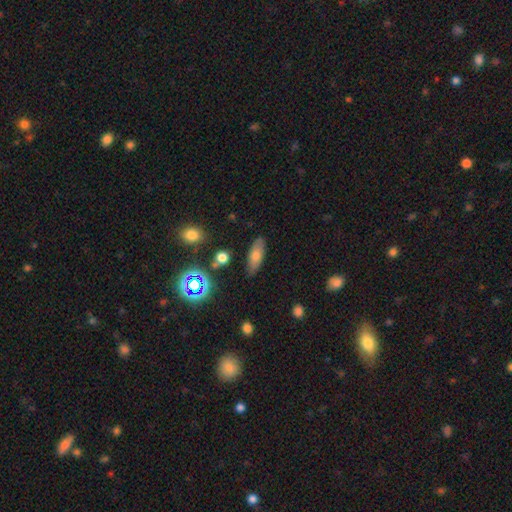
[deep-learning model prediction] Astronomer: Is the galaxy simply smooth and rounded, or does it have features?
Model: smooth — 70%.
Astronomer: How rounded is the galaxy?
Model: in between — 69%.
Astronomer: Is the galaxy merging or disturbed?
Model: none — 83%.